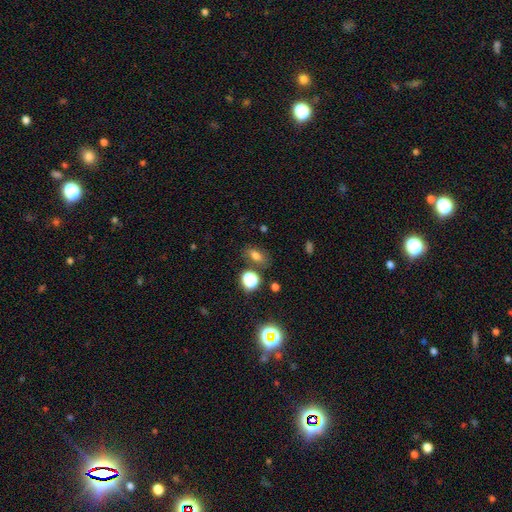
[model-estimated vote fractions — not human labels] This appears to be a smooth galaxy with no disk features (69%) that is in between round and cigar-shaped (77%). Merging: none (76%).